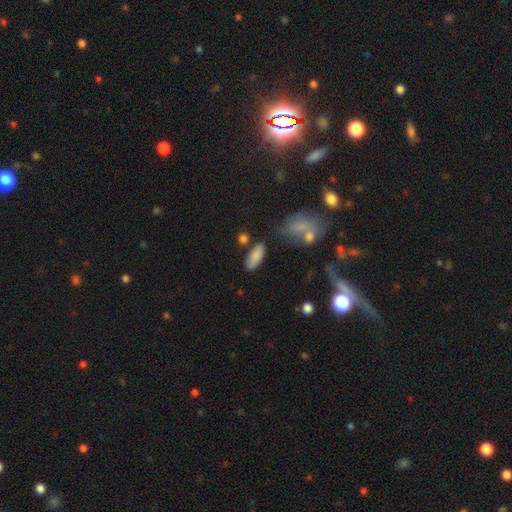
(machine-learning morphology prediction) Smooth or featured: smooth — 85% (featured or disk — 8%)
How rounded: in between — 82% (cigar-shaped — 16%)
Merging: none — 75% (minor disturbance — 14%)